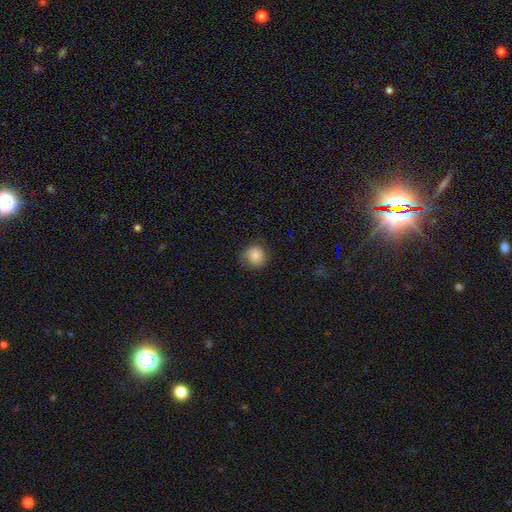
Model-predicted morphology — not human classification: smooth_or_featured: smooth (p=0.84) [alt: star or artifact p=0.09]
how_rounded: round (p=0.86) [alt: in between p=0.13]
merging: none (p=0.77) [alt: minor disturbance p=0.16]